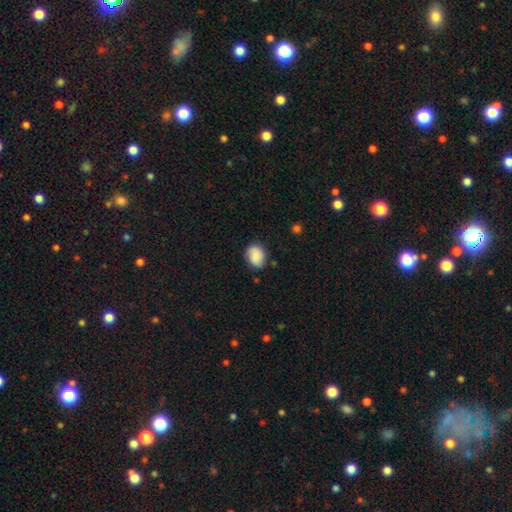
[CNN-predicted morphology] The model was most divided on "how rounded": in between: 62%, round: 37%, cigar-shaped: 1%. More confident: smooth or featured — smooth (82%); merging — none (74%).